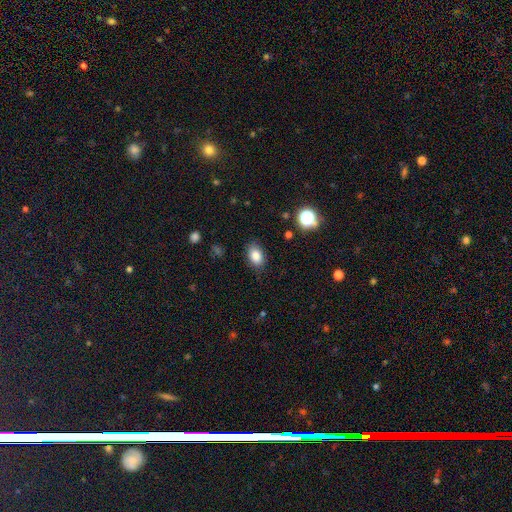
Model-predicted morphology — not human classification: Smooth or featured? smooth (84%)
How rounded? in between (84%)
Merging? none (85%)